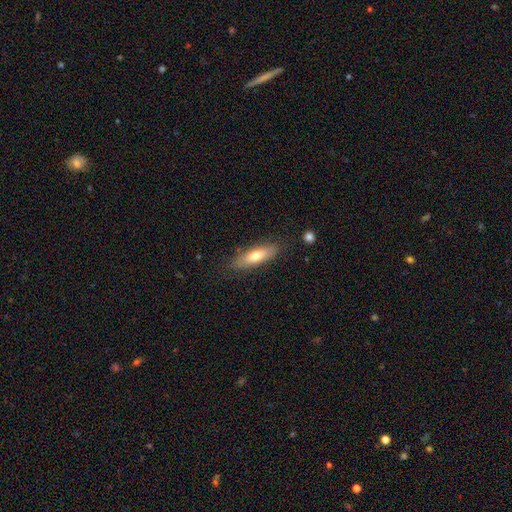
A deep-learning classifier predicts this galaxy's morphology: A smooth galaxy with no disk features (65%) that is cigar-shaped (50%).

Vote fractions:
- Smooth or featured? smooth: 65% / featured or disk: 28% / star or artifact: 7%
- How rounded? cigar-shaped: 50% / in between: 48% / round: 2%
- Merging? none: 81% / minor disturbance: 14% / major disturbance: 3% / merger: 2%